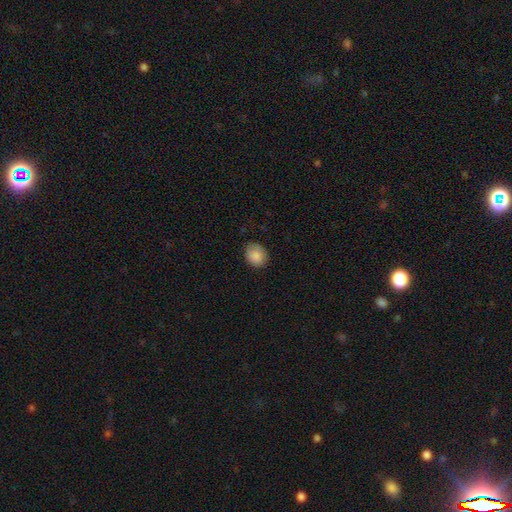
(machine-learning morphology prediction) This is clearly a smooth galaxy (87%). How rounded: possibly round (54%). Merging: clearly none (82%).